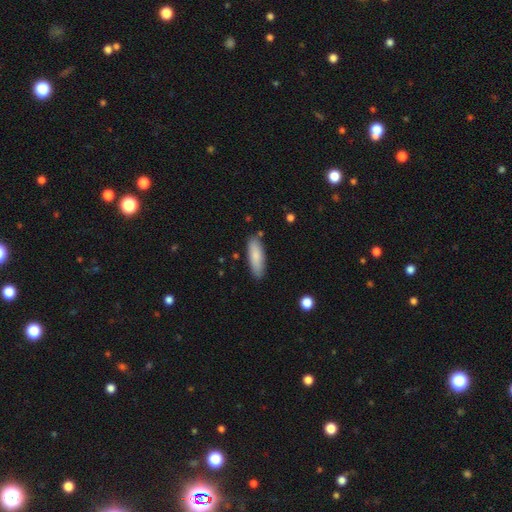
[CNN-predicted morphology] The model was most divided on "how rounded": in between: 54%, cigar-shaped: 44%, round: 2%. More confident: smooth or featured — smooth (84%); merging — none (83%).